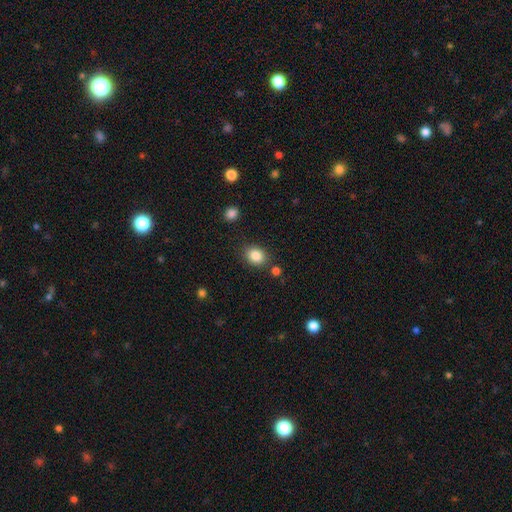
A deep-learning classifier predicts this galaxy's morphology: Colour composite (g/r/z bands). It shows a smooth galaxy with no disk features (86%) that is in between round and cigar-shaped (53%). Merging: none (79%).